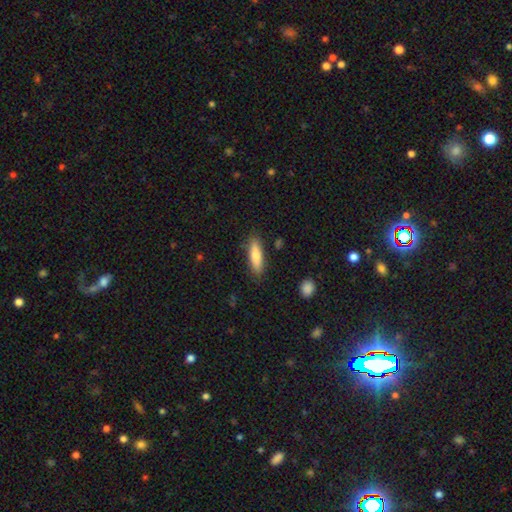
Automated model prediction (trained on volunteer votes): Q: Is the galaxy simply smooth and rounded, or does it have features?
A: smooth — 79%.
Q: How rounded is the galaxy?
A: cigar-shaped — 62%.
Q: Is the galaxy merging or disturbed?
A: none — 85%.